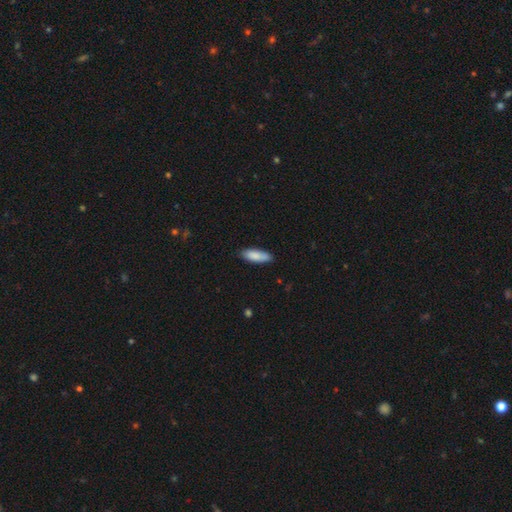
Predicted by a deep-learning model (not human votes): The model was most divided on "how rounded": in between: 60%, cigar-shaped: 39%, round: 2%. More confident: smooth or featured — smooth (86%); merging — none (85%).